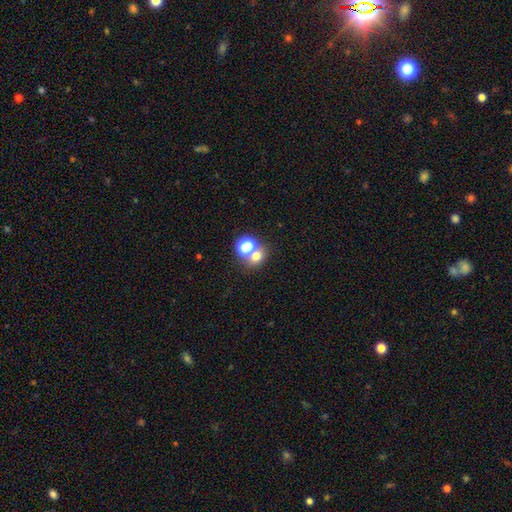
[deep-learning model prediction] This appears to be a smooth galaxy with no disk features (68%) that is round (65%). Merging: none (50%).